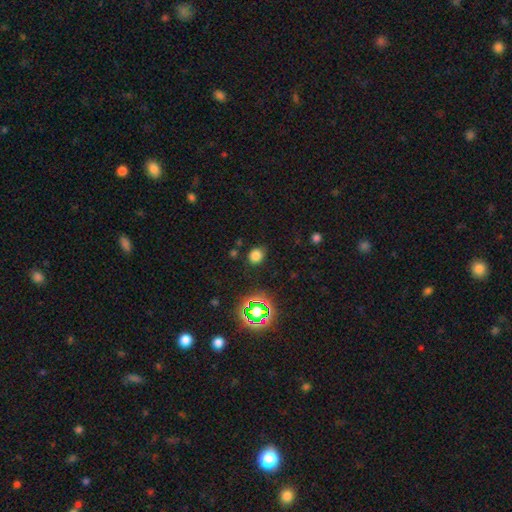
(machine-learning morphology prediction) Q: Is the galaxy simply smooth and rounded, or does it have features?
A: smooth — 74%.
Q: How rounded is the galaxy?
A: round — 69%.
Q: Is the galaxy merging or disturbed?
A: none — 82%.